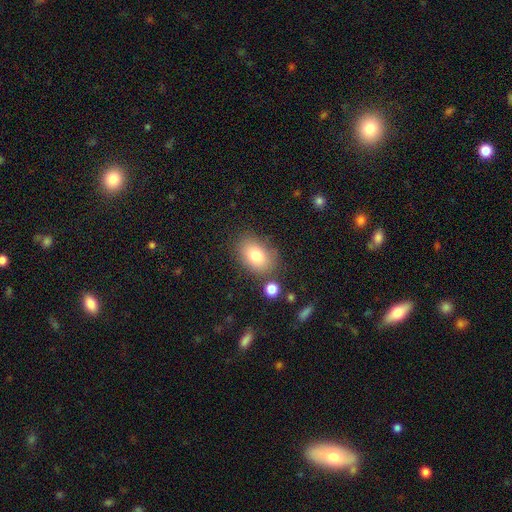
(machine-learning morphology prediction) Q: Smooth or featured?
A: smooth (79%); runner-up: featured or disk (11%)
Q: How rounded?
A: in between (77%); runner-up: round (22%)
Q: Merging?
A: none (77%); runner-up: minor disturbance (13%)